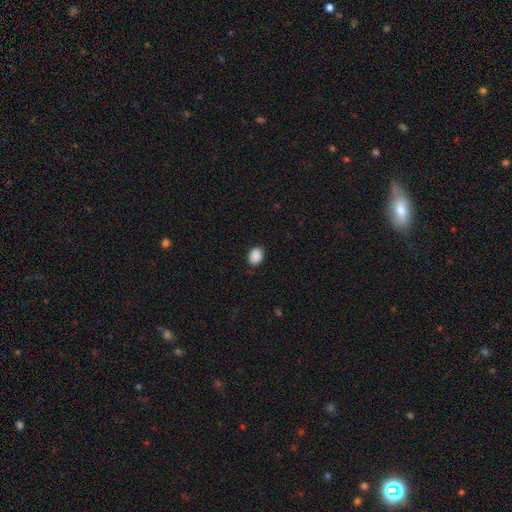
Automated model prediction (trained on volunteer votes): Q: Smooth or featured?
A: smooth (90%); runner-up: star or artifact (8%)
Q: How rounded?
A: in between (64%); runner-up: round (35%)
Q: Merging?
A: none (85%); runner-up: minor disturbance (12%)